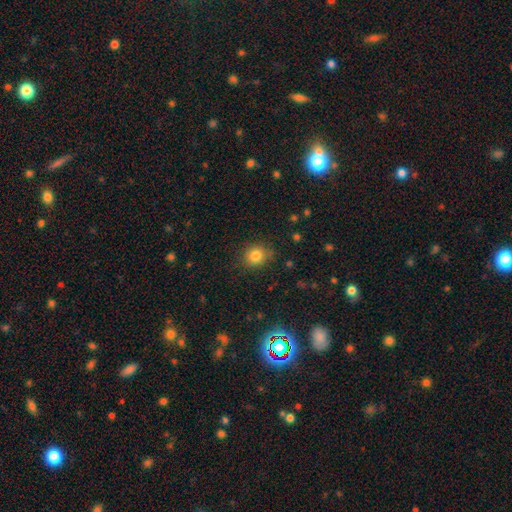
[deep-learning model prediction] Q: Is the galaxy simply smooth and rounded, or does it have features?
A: smooth — 82%.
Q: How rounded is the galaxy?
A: round — 78%.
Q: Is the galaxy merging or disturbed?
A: none — 83%.